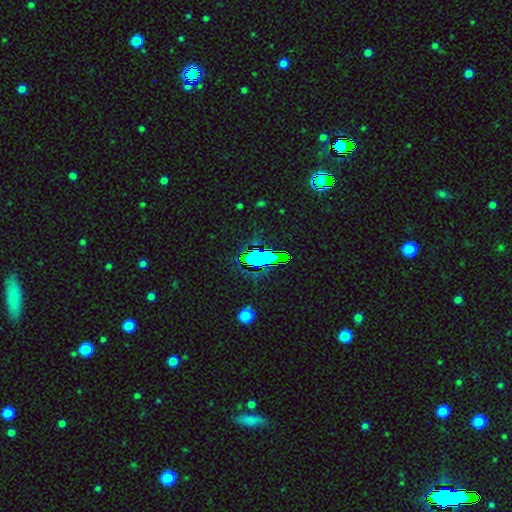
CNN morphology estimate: A star or artifact, not a galaxy (61%).

Vote fractions:
- Smooth or featured? star or artifact: 61% / smooth: 28% / featured or disk: 11%